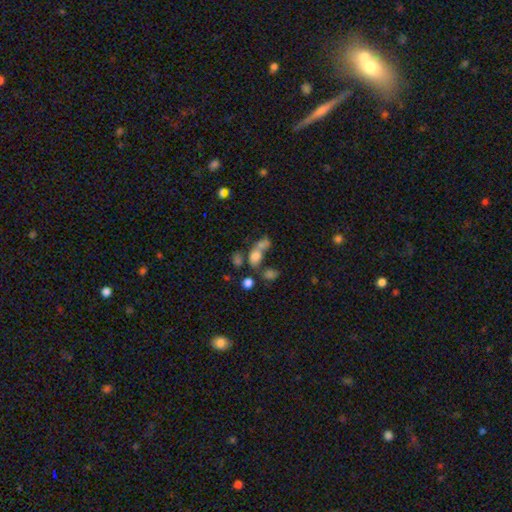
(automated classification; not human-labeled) This is possibly a smooth galaxy (60%). How rounded: likely in between (63%). Merging: possibly merger (50%).